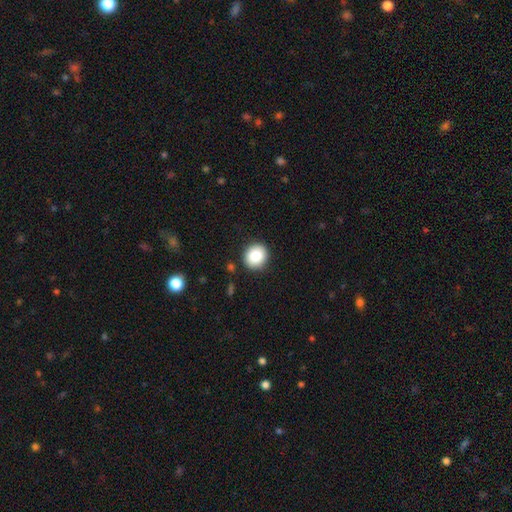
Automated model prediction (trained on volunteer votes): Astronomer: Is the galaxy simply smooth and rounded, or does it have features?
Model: smooth — 82%.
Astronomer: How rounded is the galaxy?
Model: round — 83%.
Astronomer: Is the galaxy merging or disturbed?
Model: none — 90%.